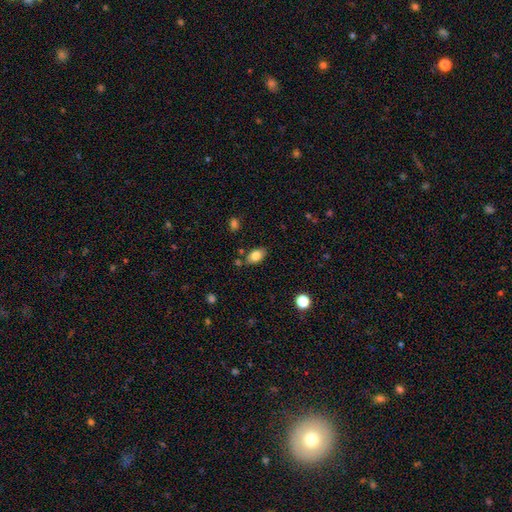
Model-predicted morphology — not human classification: A smooth galaxy with no disk features (80%) that is in between round and cigar-shaped (89%). Merging: none (78%).